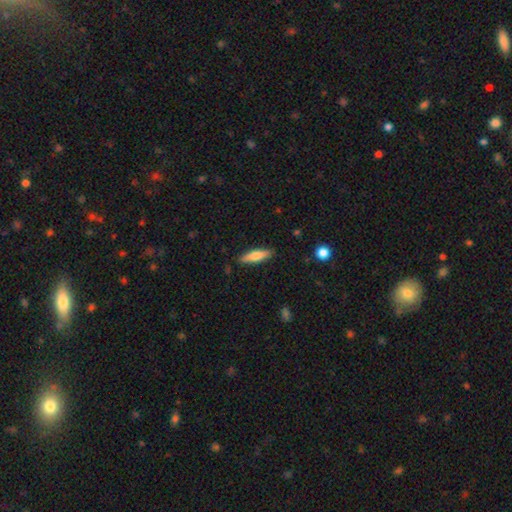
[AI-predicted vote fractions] smooth_or_featured: smooth (p=0.71) [alt: featured or disk p=0.24]
how_rounded: cigar-shaped (p=0.68) [alt: in between p=0.30]
merging: none (p=0.87) [alt: minor disturbance p=0.10]